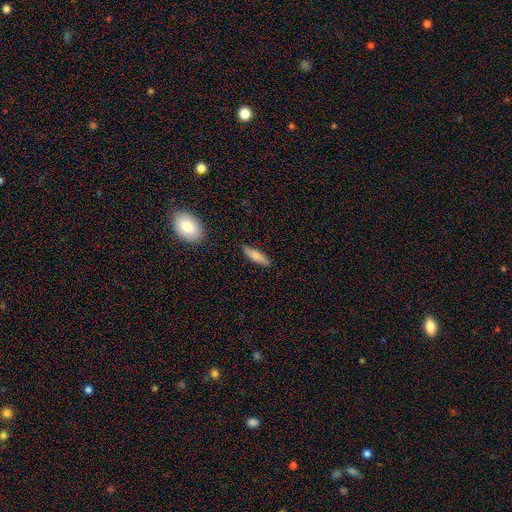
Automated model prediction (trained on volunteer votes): smooth-or-featured: smooth: 77% | featured or disk: 17% | star or artifact: 7%
  how-rounded: cigar-shaped: 66% | in between: 32% | round: 2%
  merging: none: 86% | minor disturbance: 11% | major disturbance: 2% | merger: 1%